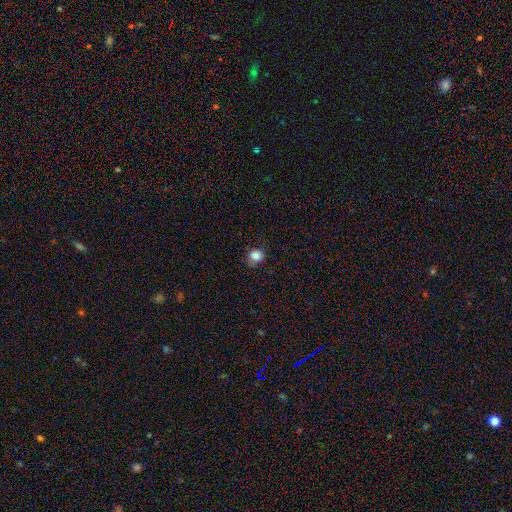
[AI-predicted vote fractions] This appears to be a smooth galaxy with no disk features (84%) that is round (69%). Merging: none (69%).